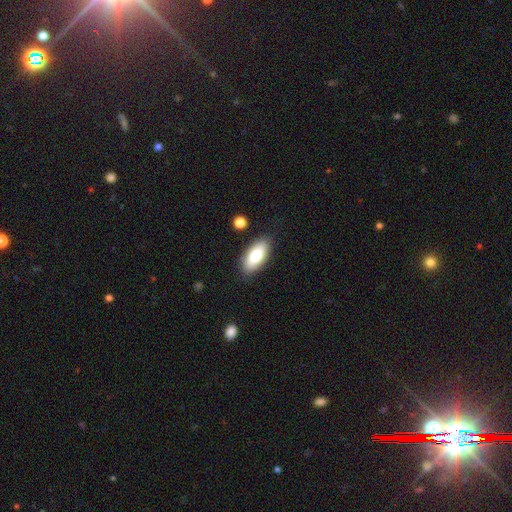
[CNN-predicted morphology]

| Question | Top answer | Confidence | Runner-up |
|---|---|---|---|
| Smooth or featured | smooth | 79% | featured or disk (14%) |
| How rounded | in between | 85% | cigar-shaped (13%) |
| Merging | none | 86% | minor disturbance (10%) |